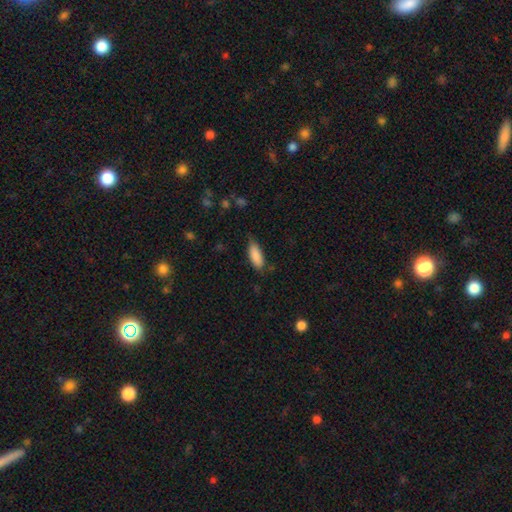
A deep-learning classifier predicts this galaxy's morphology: type=smooth (88%); roundness=in between (71%); merging=none (70%).